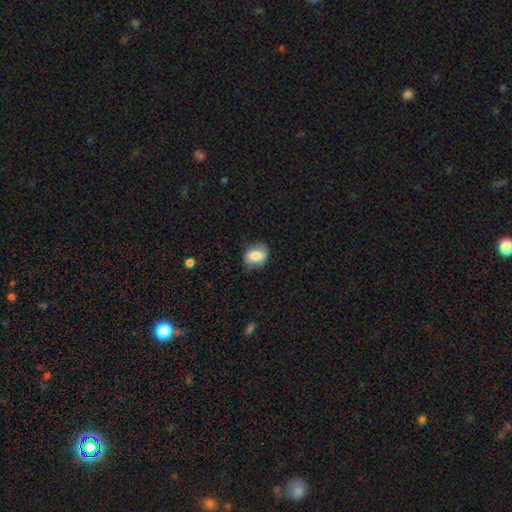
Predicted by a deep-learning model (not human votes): Smooth or featured?
  - smooth: 74% *
  - featured or disk: 18%
  - star or artifact: 8%
How rounded?
  - in between: 64% *
  - round: 35%
  - cigar-shaped: 1%
Merging?
  - none: 76% *
  - minor disturbance: 18%
  - major disturbance: 5%
  - merger: 1%